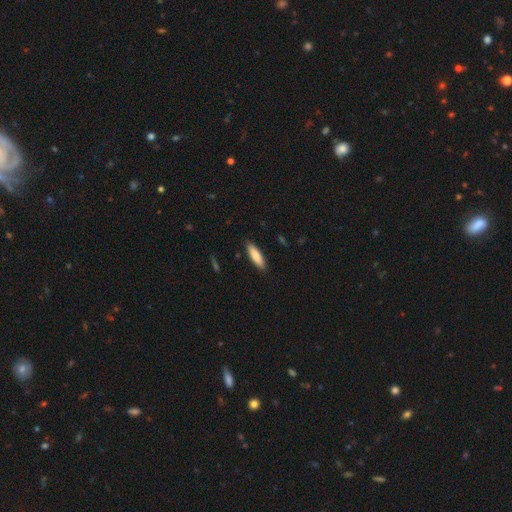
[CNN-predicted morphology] smooth 81%, featured or disk 13%, star or artifact 6%. Down the decision tree: how rounded — cigar-shaped (51%); merging — none (89%).